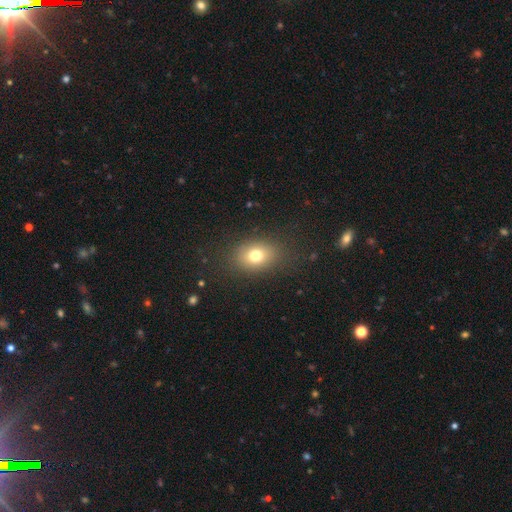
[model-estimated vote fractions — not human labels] smooth_or_featured: smooth (p=0.74) [alt: star or artifact p=0.13]
how_rounded: in between (p=0.62) [alt: round p=0.37]
merging: none (p=0.83) [alt: minor disturbance p=0.11]